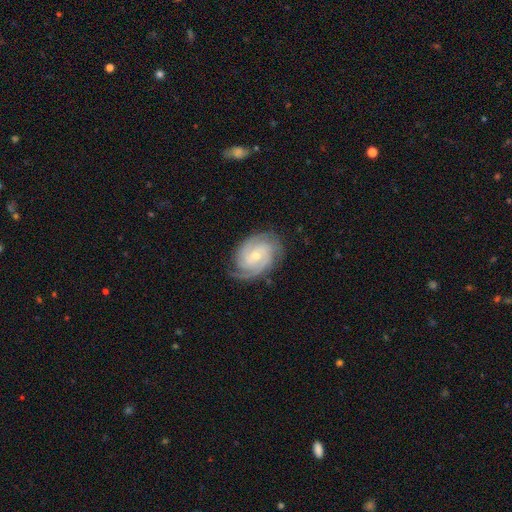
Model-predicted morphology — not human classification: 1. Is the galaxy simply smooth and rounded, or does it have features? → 88% featured or disk, 7% smooth, 5% star or artifact.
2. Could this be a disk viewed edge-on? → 97% no, 3% yes.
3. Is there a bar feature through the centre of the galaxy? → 55% no, 37% weak, 8% strong.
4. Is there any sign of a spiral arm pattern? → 98% yes, 2% no.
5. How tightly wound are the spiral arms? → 67% tight, 29% medium, 4% loose.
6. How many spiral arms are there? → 37% 3, 28% 2, 16% can't tell, 9% 4, 5% 1, 5% more than 4.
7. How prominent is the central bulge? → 61% small, 34% moderate, 2% none, 2% large, 1% dominant.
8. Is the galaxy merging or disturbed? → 79% none, 15% minor disturbance, 4% major disturbance, 1% merger.